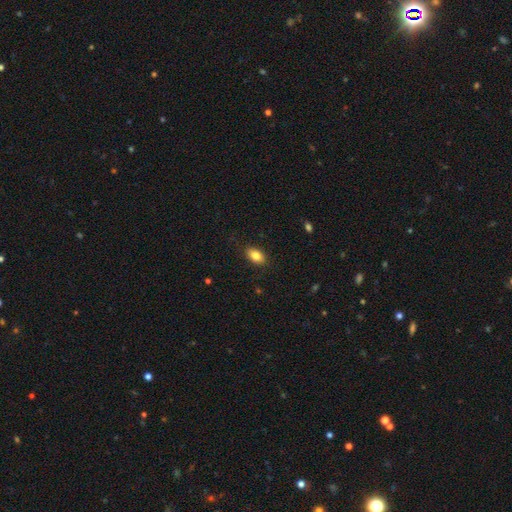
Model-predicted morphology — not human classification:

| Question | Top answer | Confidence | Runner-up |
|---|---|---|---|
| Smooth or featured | smooth | 84% | featured or disk (8%) |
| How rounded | in between | 89% | round (8%) |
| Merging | none | 86% | minor disturbance (10%) |